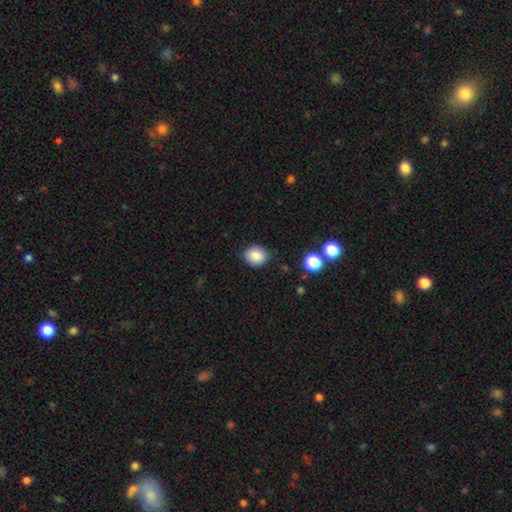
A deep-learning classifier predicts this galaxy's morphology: smooth-or-featured: smooth: 86% | star or artifact: 9% | featured or disk: 5%
  how-rounded: round: 56% | in between: 43% | cigar-shaped: 1%
  merging: none: 80% | minor disturbance: 15% | major disturbance: 3% | merger: 2%